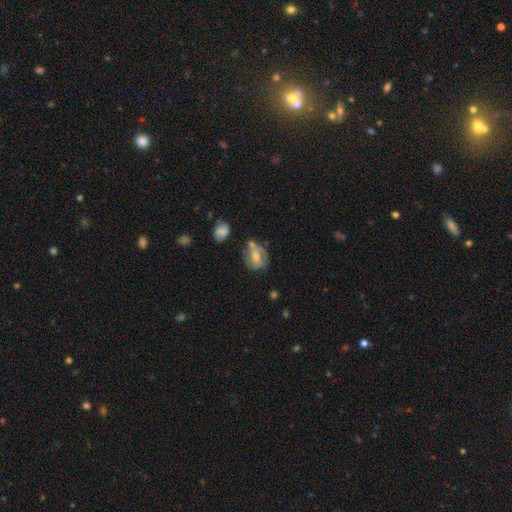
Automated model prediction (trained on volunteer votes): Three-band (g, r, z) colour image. It shows a featured or disk galaxy (50%). Merging: none (45%).